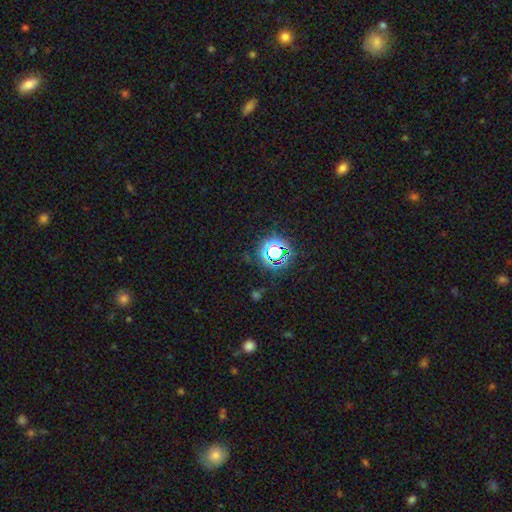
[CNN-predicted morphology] star or artifact 75%, smooth 17%, featured or disk 8%.